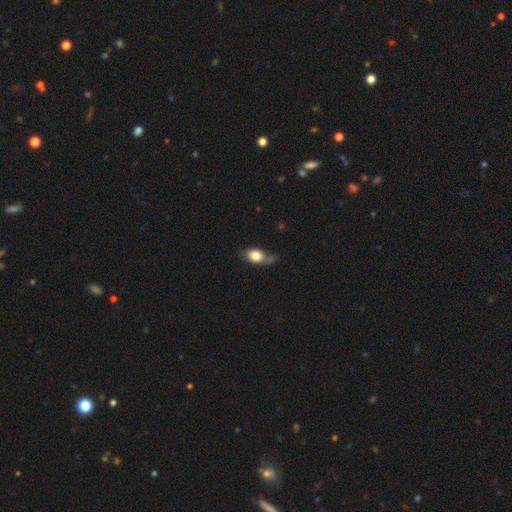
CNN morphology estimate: A smooth galaxy with no disk features (77%) that is in between round and cigar-shaped (74%). Merging: none (39%).